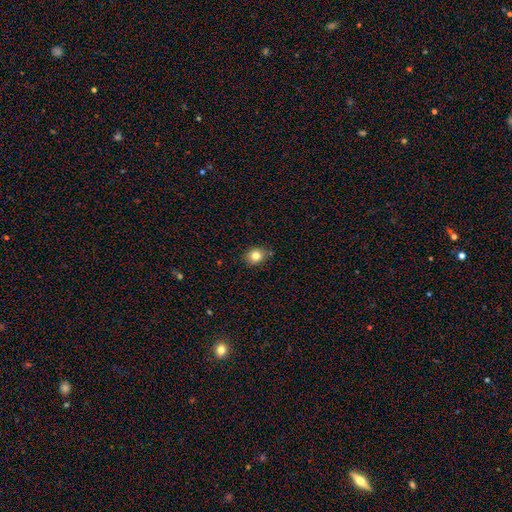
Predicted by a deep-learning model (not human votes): This appears to be a smooth galaxy with no disk features (81%) that is round (67%). Merging: none (77%).